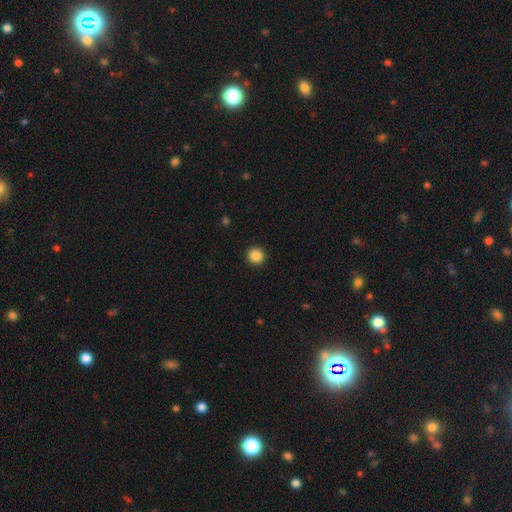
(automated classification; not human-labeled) A smooth galaxy with no disk features (86%) that is round (96%).

Vote fractions:
- Smooth or featured? smooth: 86% / star or artifact: 10% / featured or disk: 4%
- How rounded? round: 96% / in between: 3% / cigar-shaped: 1%
- Merging? none: 93% / minor disturbance: 4% / major disturbance: 2% / merger: 1%